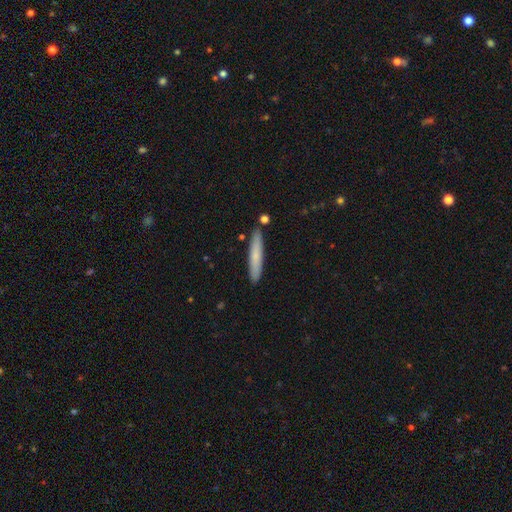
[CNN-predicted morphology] A smooth galaxy with no disk features (71%) that is cigar-shaped (93%). Merging: none (86%).